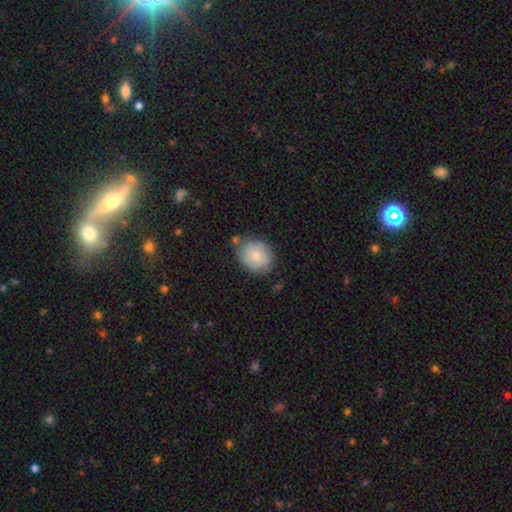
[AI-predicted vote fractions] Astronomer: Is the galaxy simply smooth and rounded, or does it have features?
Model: smooth — 83%.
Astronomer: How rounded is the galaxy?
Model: round — 61% (runner-up: in between, 38%).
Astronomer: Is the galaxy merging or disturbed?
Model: none — 75%.